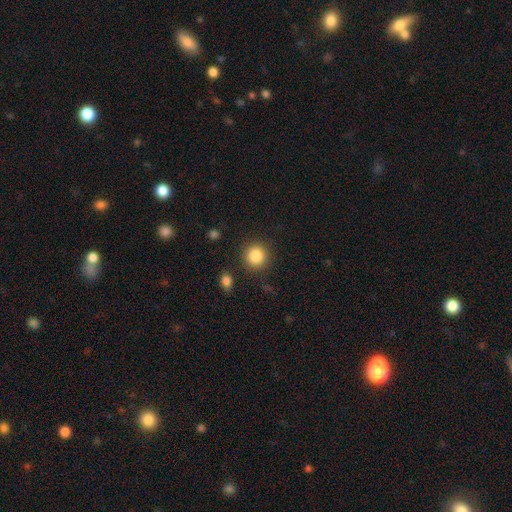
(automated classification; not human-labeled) Smooth or featured: smooth — 86% (star or artifact — 9%)
How rounded: round — 93% (in between — 7%)
Merging: none — 88% (minor disturbance — 7%)